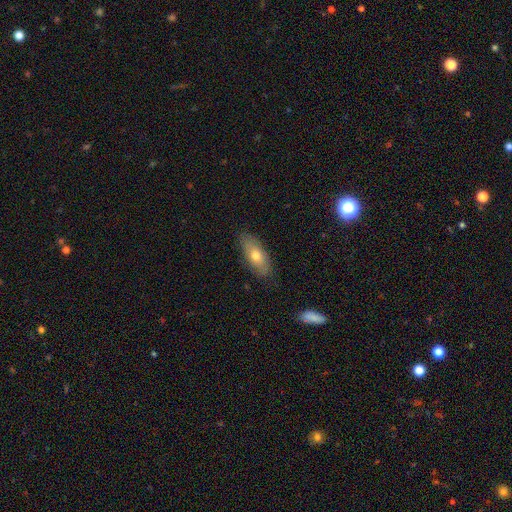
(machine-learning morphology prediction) A smooth galaxy with no disk features (66%) that is in between round and cigar-shaped (79%).

Vote fractions:
- Smooth or featured? smooth: 66% / featured or disk: 27% / star or artifact: 7%
- How rounded? in between: 79% / cigar-shaped: 18% / round: 3%
- Merging? none: 83% / minor disturbance: 13% / major disturbance: 3% / merger: 1%